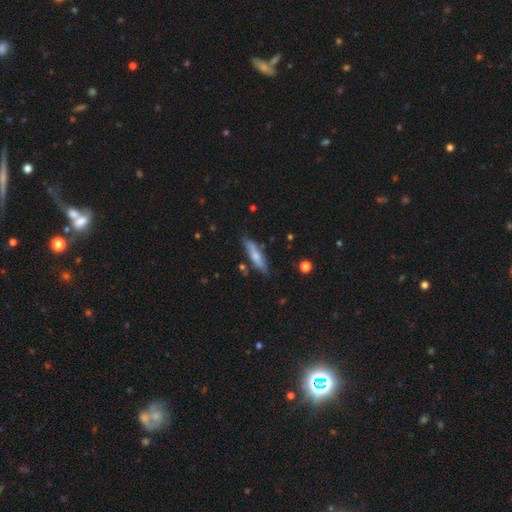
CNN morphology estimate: Smooth or featured? Predicted: smooth (p=0.60). How rounded? Predicted: cigar-shaped (p=0.76). Merging? Predicted: none (p=0.77).